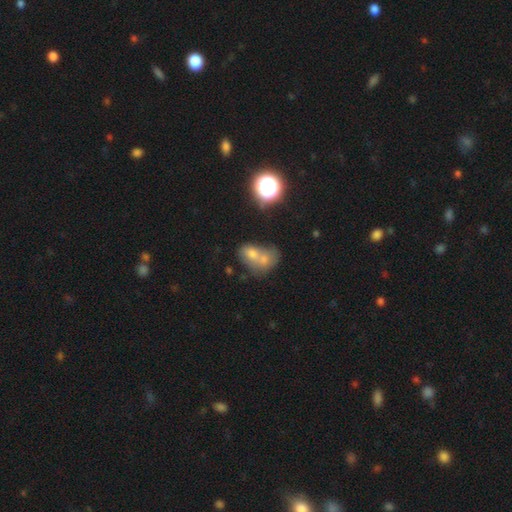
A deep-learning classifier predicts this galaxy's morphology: smooth_or_featured: smooth (p=0.61) [alt: featured or disk p=0.22]
how_rounded: in between (p=0.67) [alt: round p=0.31]
merging: merger (p=0.67) [alt: none p=0.19]